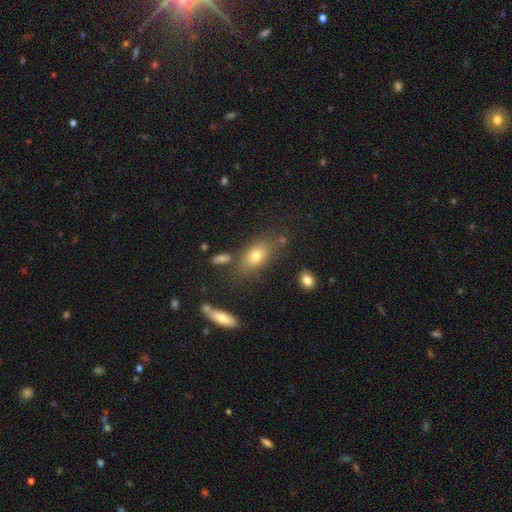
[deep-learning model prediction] smooth 70%, featured or disk 17%, star or artifact 13%. Down the decision tree: how rounded — in between (78%); merging — none (71%).